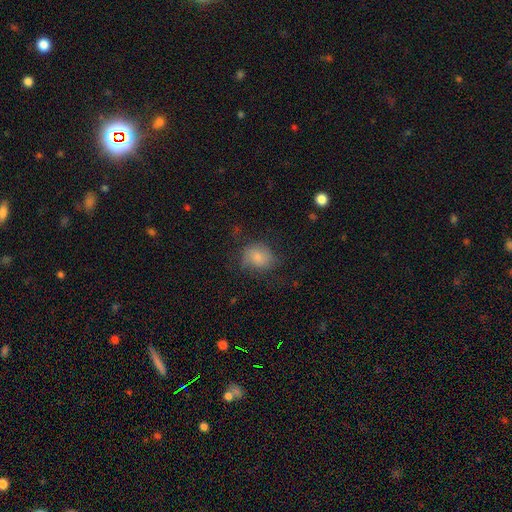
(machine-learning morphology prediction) The model was most divided on "how rounded": round: 56%, in between: 43%, cigar-shaped: 1%. More confident: smooth or featured — smooth (67%); merging — none (65%).